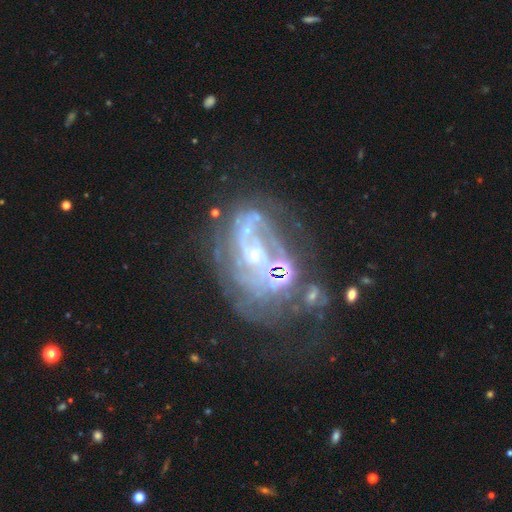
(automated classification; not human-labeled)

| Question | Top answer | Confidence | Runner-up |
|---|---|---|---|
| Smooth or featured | featured or disk | 82% | star or artifact (10%) |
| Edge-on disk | no | 97% | yes (3%) |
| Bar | no | 62% | weak (29%) |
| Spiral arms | yes | 83% | no (17%) |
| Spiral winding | tight | 45% | medium (39%) |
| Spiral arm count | can't tell | 36% | 2 (33%) |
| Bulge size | small | 67% | moderate (19%) |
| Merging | none | 42% | major disturbance (26%) |